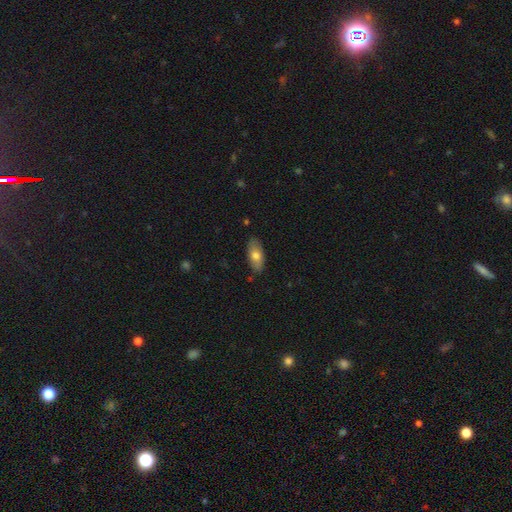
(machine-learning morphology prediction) A smooth galaxy with no disk features (72%) that is in between round and cigar-shaped (86%). Merging: none (84%).